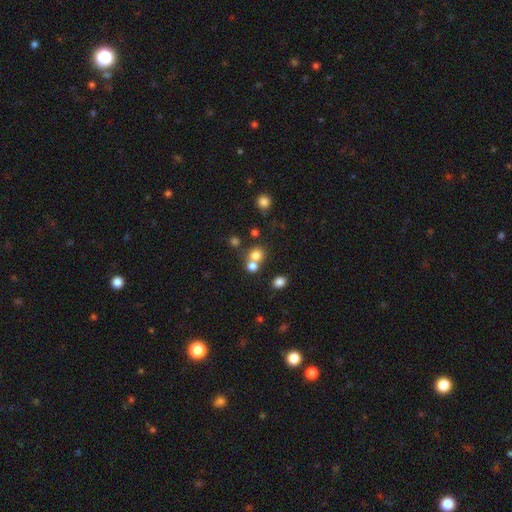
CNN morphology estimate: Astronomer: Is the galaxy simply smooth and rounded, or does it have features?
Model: smooth — 75%.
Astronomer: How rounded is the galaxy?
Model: round — 84%.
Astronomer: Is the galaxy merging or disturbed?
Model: none — 51% (runner-up: merger, 40%).